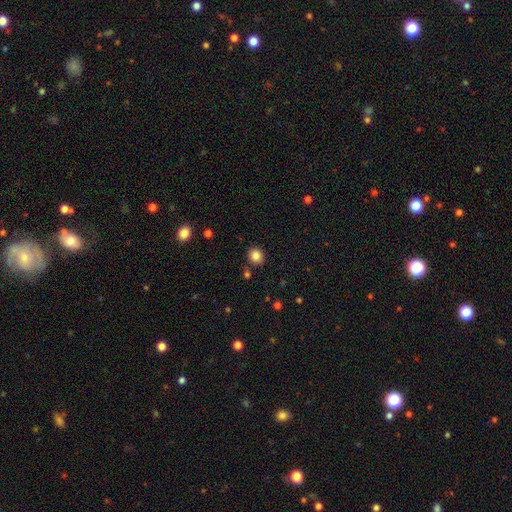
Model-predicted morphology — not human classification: A smooth galaxy with no disk features (85%) that is round (81%). Merging: none (85%).